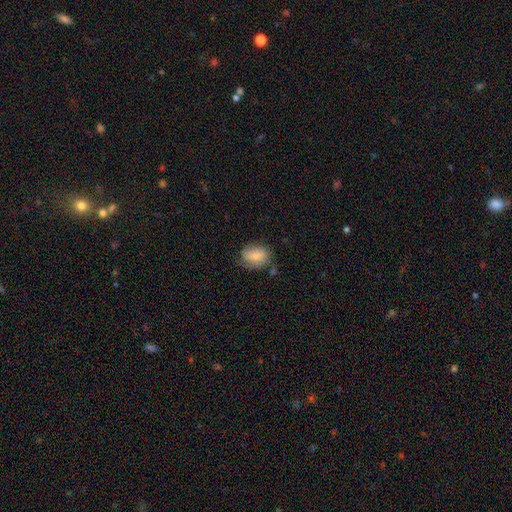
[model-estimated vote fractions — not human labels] Smooth or featured? smooth (68%)
How rounded? in between (62%)
Merging? none (59%)